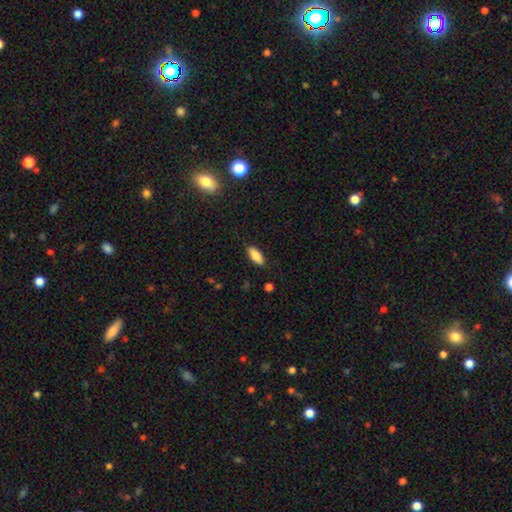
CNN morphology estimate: type=smooth (84%); roundness=in between (84%); merging=none (84%).